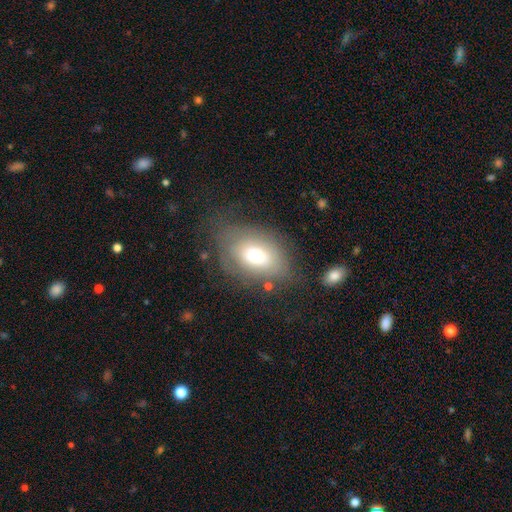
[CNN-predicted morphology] Overall: smooth (65%). How rounded: in between (79%). Merging: none (57%; minor disturbance 24%).